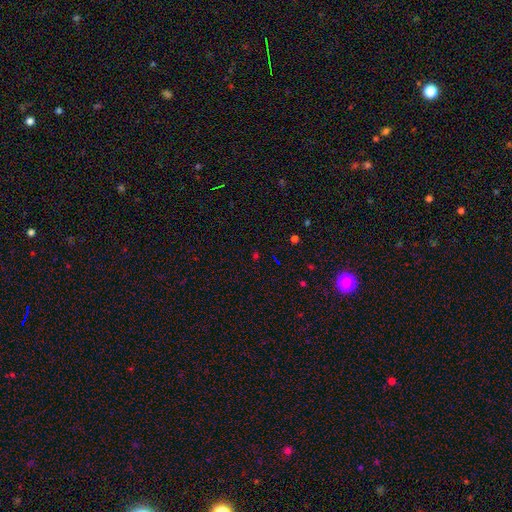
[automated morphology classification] Smooth or featured? star or artifact (64%)